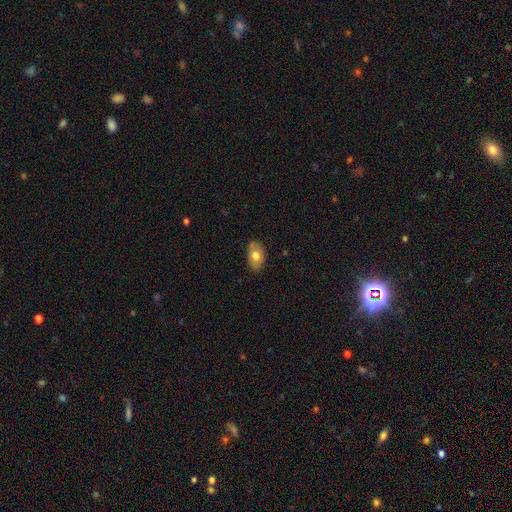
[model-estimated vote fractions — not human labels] Smooth or featured? smooth (72%)
How rounded? in between (90%)
Merging? none (80%)